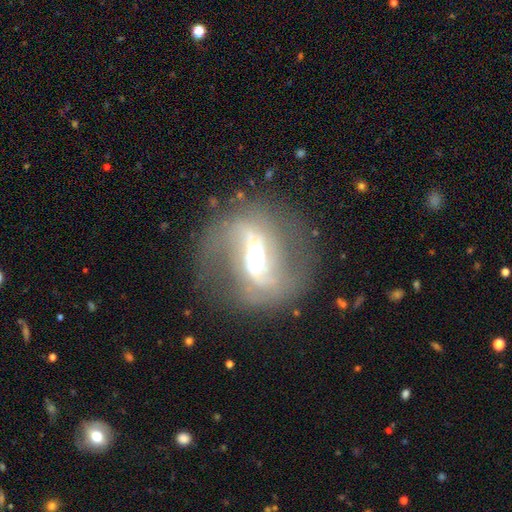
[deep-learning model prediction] Morphology: type=featured or disk (81%); edge-on=no (91%); bar=strong (62%); spiral arms=yes (84%); winding=loose (45%); arm count=2 (80%); bulge=moderate (52%); merging=none (59%).